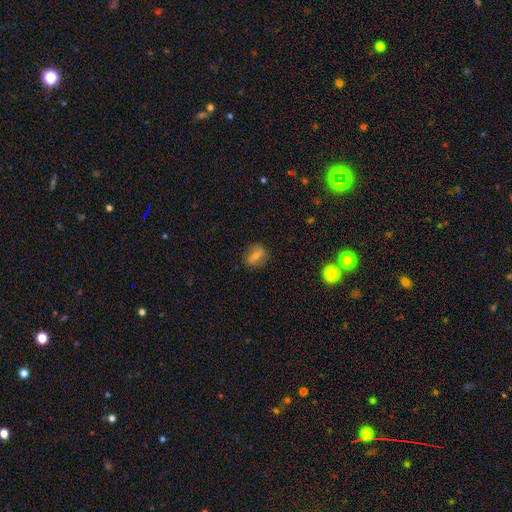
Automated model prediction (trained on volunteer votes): A smooth galaxy with no disk features (52%) that is round (48%, tied with in between).

Vote fractions:
- Smooth or featured? smooth: 52% / featured or disk: 30% / star or artifact: 19%
- How rounded? round: 48% (tied) / in between: 48% (tied) / cigar-shaped: 4%
- Merging? none: 80% / minor disturbance: 12% / merger: 4% / major disturbance: 4%